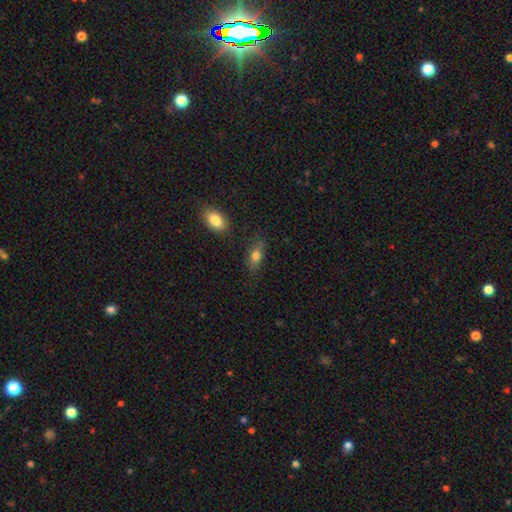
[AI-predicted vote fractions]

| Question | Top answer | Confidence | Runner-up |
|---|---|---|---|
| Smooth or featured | smooth | 75% | featured or disk (16%) |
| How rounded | in between | 80% | cigar-shaped (14%) |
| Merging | none | 79% | minor disturbance (15%) |